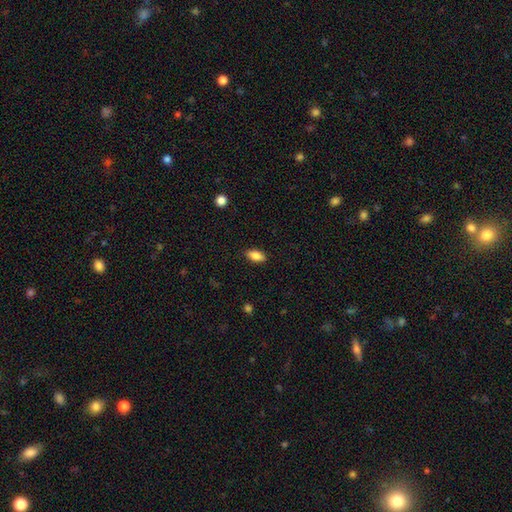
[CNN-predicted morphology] This is clearly a smooth galaxy (86%). How rounded: clearly in between (89%). Merging: clearly none (88%).